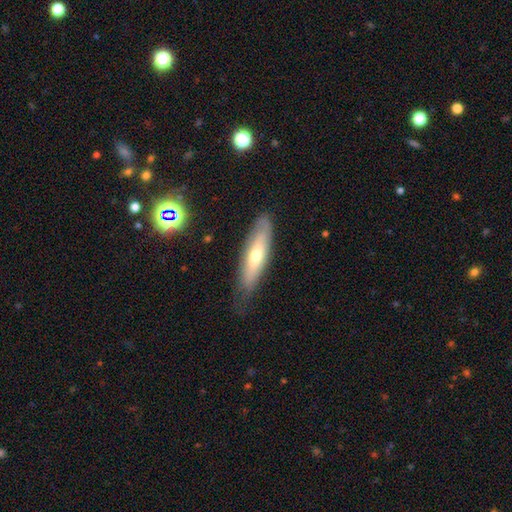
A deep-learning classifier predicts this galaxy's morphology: Smooth or featured? smooth (49%)
Merging? none (74%)